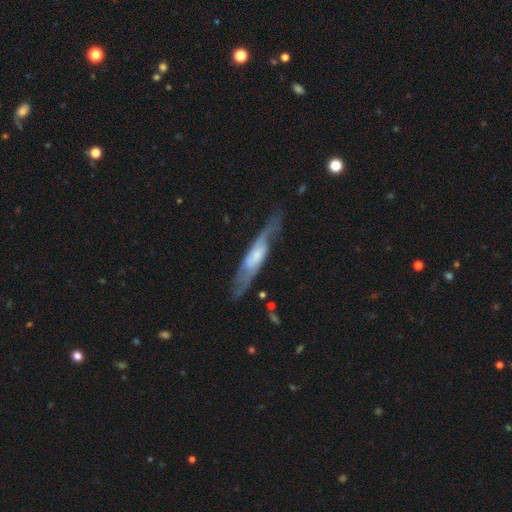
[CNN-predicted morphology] Q: Smooth or featured?
A: featured or disk (68%); runner-up: smooth (26%)
Q: Edge-on disk?
A: yes (54%); runner-up: no (46%)
Q: Merging?
A: none (69%); runner-up: minor disturbance (20%)